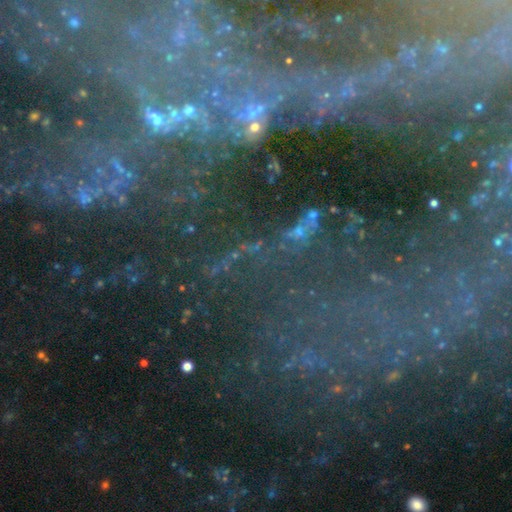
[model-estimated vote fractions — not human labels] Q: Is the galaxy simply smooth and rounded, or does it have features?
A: star or artifact — 58%.